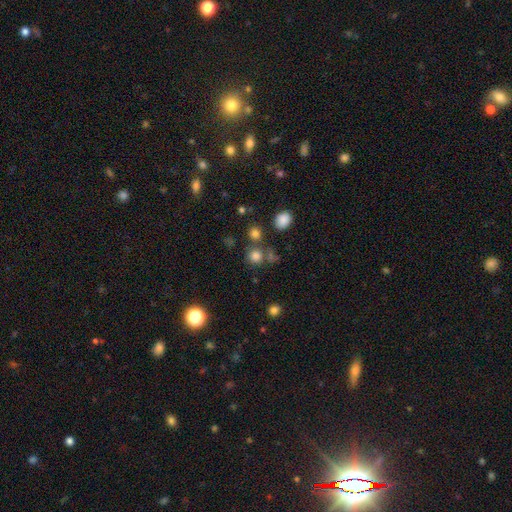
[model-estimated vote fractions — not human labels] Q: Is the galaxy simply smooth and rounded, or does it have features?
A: smooth — 78%.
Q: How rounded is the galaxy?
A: round — 88%.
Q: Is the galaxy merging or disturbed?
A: none — 68%.